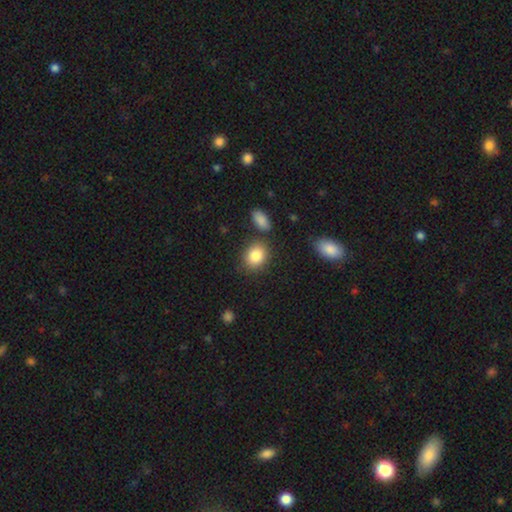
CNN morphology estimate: smooth_or_featured: smooth (p=0.86) [alt: star or artifact p=0.08]
how_rounded: in between (p=0.51) [alt: round p=0.48]
merging: none (p=0.77) [alt: minor disturbance p=0.11]